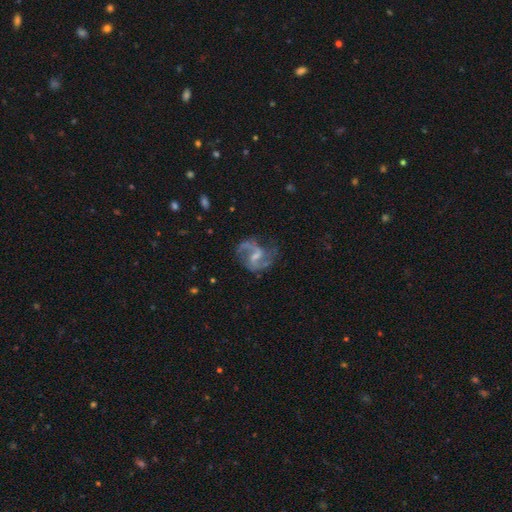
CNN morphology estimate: This is clearly a featured or disk galaxy (87%). It is clearly not viewed edge-on (98%). Bar: possibly weak (55%). Spiral arm pattern: clearly yes (96%). Spiral arm count: clearly 2 (87%). Spiral winding: possibly medium (55%). Central bulge: possibly small (52%). Merging: likely none (69%).